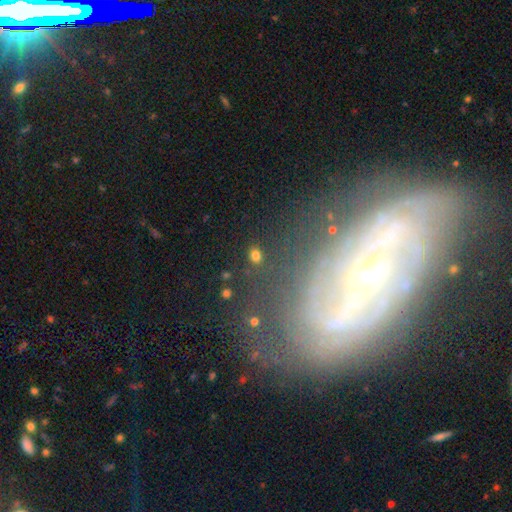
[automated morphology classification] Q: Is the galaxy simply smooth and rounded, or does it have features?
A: smooth — 76%.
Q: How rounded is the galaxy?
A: round — 51%.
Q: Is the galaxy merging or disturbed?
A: none — 86%.